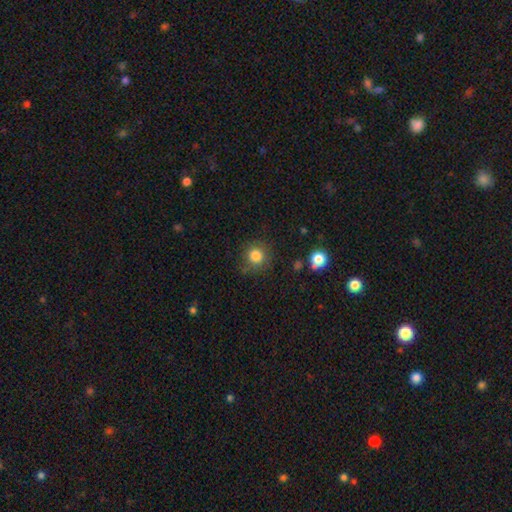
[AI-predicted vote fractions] A smooth galaxy with no disk features (83%) that is round (92%).

Vote fractions:
- Smooth or featured? smooth: 83% / star or artifact: 11% / featured or disk: 6%
- How rounded? round: 92% / in between: 7% / cigar-shaped: 1%
- Merging? none: 80% / minor disturbance: 13% / major disturbance: 5% / merger: 3%